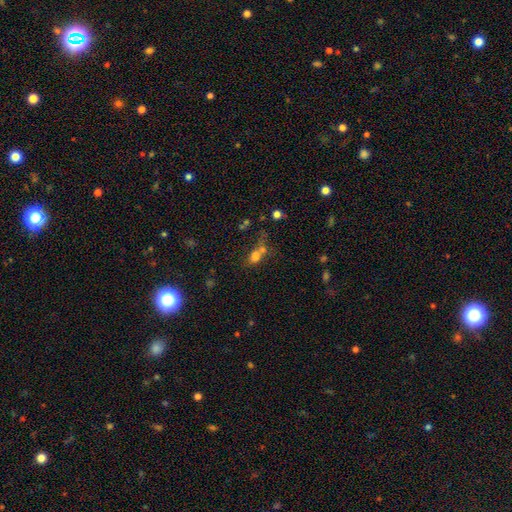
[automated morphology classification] This appears to be a smooth galaxy with no disk features (70%) that is in between round and cigar-shaped (54%). Merging: merger (48%).